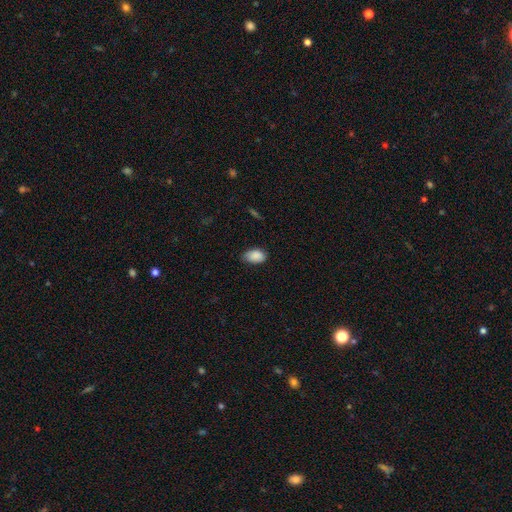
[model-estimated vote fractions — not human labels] This appears to be a smooth galaxy with no disk features (89%) that is in between round and cigar-shaped (90%). Merging: none (71%).